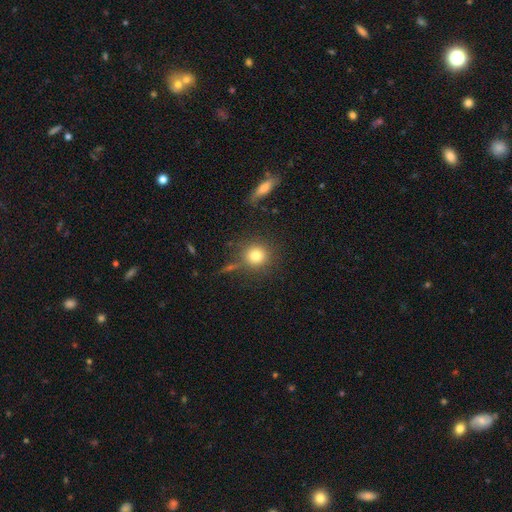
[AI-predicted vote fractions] smooth_or_featured: smooth (p=0.79) [alt: star or artifact p=0.12]
how_rounded: round (p=0.91) [alt: in between p=0.08]
merging: none (p=0.78) [alt: minor disturbance p=0.10]